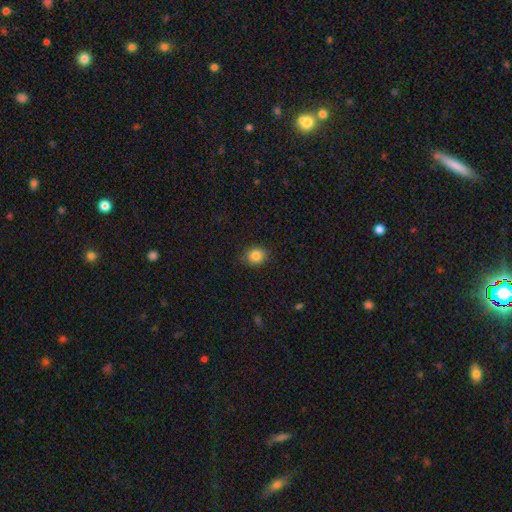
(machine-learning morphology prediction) This appears to be a smooth galaxy with no disk features (85%) that is round (66%). Merging: none (87%).